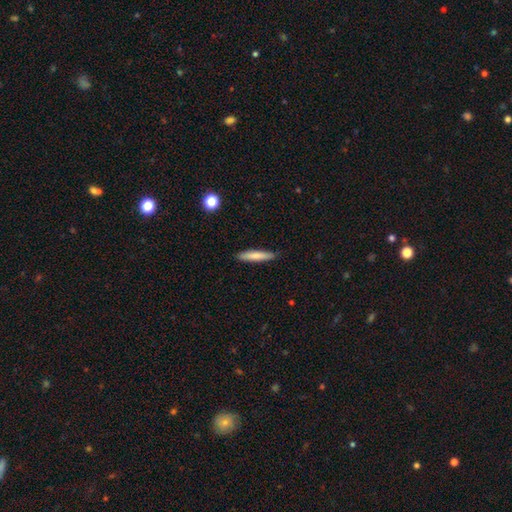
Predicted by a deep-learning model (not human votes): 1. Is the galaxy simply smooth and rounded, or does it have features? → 77% smooth, 17% featured or disk, 6% star or artifact.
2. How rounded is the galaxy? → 89% cigar-shaped, 10% in between, 1% round.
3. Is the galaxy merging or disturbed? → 88% none, 9% minor disturbance, 2% major disturbance, 1% merger.